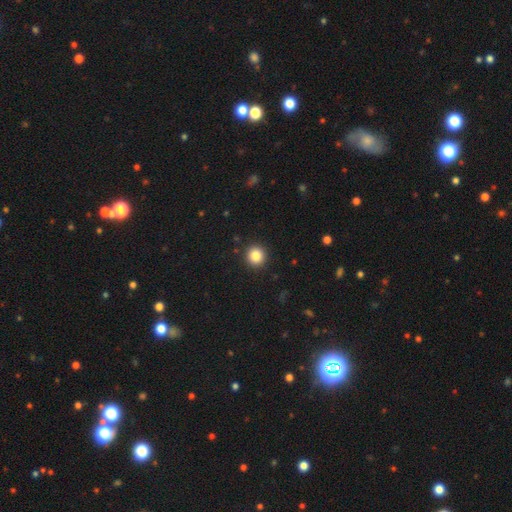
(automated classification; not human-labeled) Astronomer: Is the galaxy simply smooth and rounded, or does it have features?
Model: smooth — 85%.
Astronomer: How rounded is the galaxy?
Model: round — 94%.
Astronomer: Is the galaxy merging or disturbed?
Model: none — 92%.